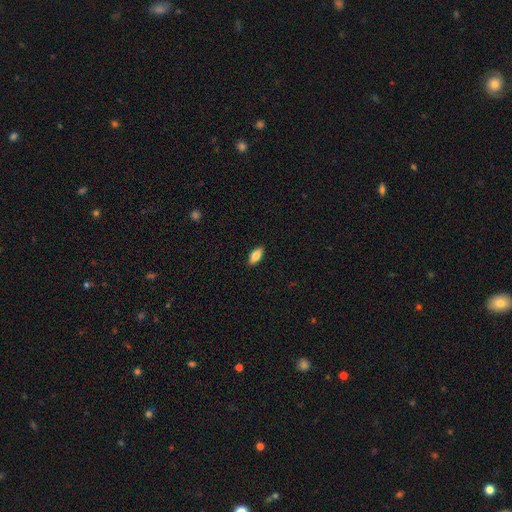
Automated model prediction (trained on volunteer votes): This is likely a smooth galaxy (77%). How rounded: clearly in between (84%). Merging: clearly none (90%).